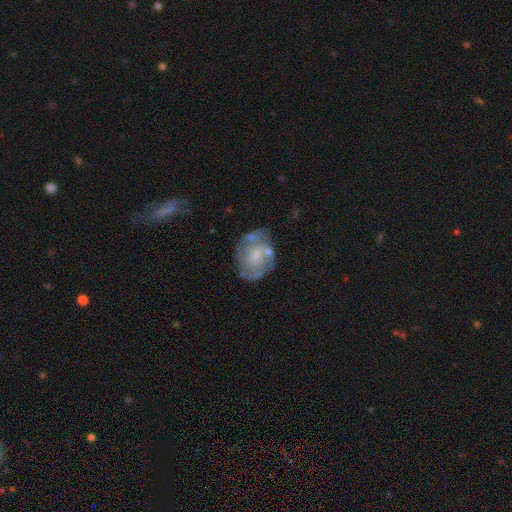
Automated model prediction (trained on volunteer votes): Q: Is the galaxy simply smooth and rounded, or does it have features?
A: featured or disk — 63%.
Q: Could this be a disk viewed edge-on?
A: no — 97%.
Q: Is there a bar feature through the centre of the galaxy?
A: no — 64%.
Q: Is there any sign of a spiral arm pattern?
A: yes — 55%.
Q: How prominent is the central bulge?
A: small — 49%.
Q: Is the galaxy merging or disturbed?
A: none — 54%.